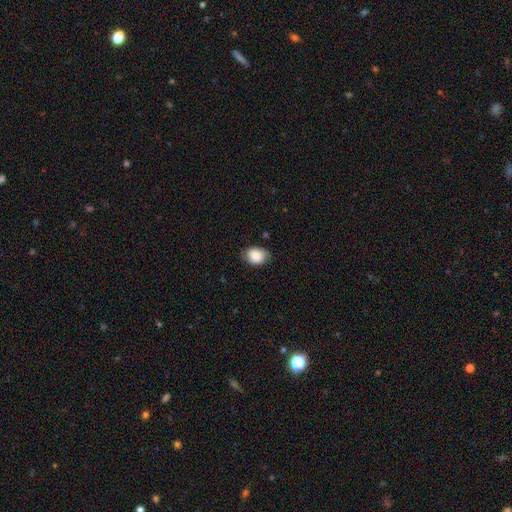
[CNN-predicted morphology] This appears to be a smooth galaxy with no disk features (80%) that is in between round and cigar-shaped (71%). Merging: none (70%).